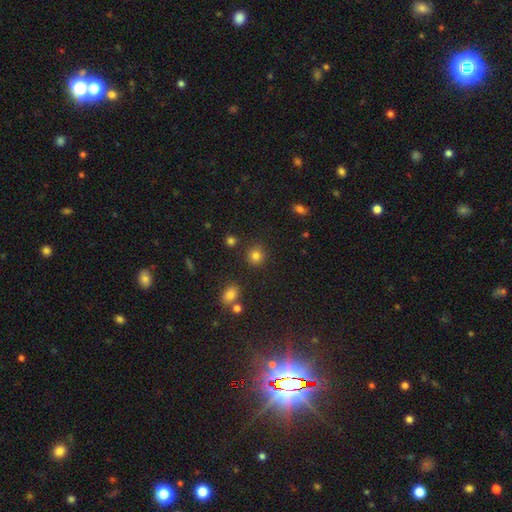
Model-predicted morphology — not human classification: smooth-or-featured: smooth: 82% | star or artifact: 13% | featured or disk: 5%
  how-rounded: round: 88% | in between: 11% | cigar-shaped: 1%
  merging: none: 85% | minor disturbance: 8% | merger: 4% | major disturbance: 3%